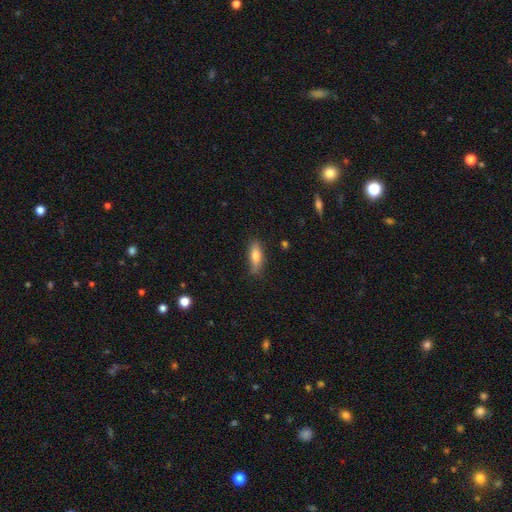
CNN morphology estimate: type=smooth (72%); roundness=in between (64%); merging=none (76%).